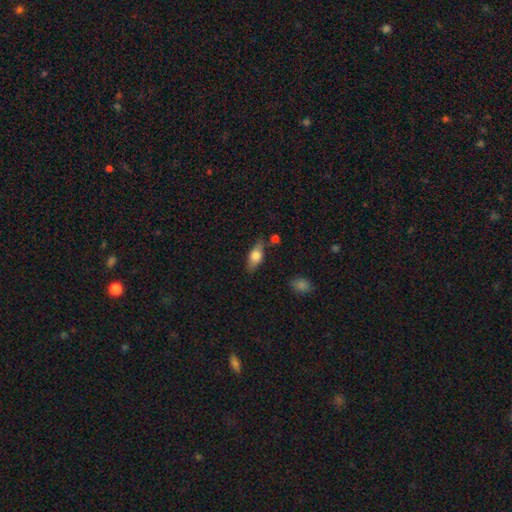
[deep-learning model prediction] smooth-or-featured: smooth: 67% | featured or disk: 26% | star or artifact: 7%
  how-rounded: in between: 79% | cigar-shaped: 16% | round: 5%
  merging: none: 72% | minor disturbance: 19% | merger: 5% | major disturbance: 4%